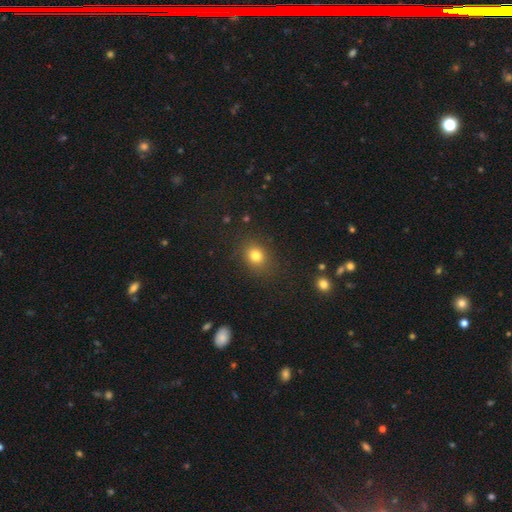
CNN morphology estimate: type=smooth (80%); roundness=round (61%); merging=none (85%).